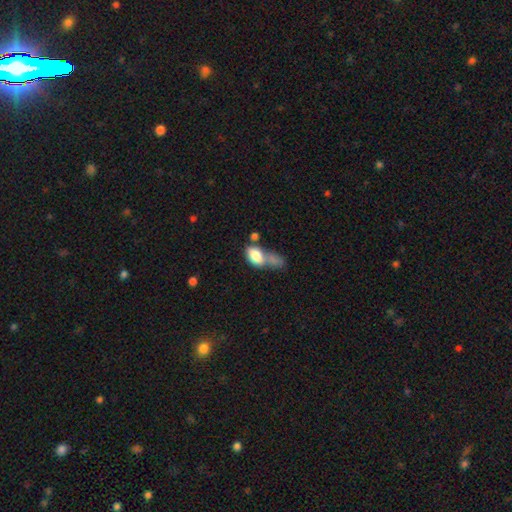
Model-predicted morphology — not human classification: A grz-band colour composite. It shows a smooth galaxy with no disk features (77%) that is in between round and cigar-shaped (87%). Merging: merger (51%).